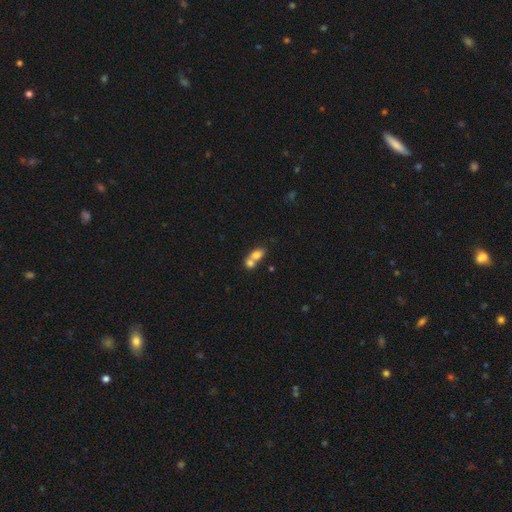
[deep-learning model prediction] A smooth galaxy with no disk features (74%) that is in between round and cigar-shaped (65%).

Vote fractions:
- Smooth or featured? smooth: 74% / featured or disk: 17% / star or artifact: 9%
- How rounded? in between: 65% / round: 32% / cigar-shaped: 3%
- Merging? merger: 71% / none: 21% / minor disturbance: 6% / major disturbance: 3%